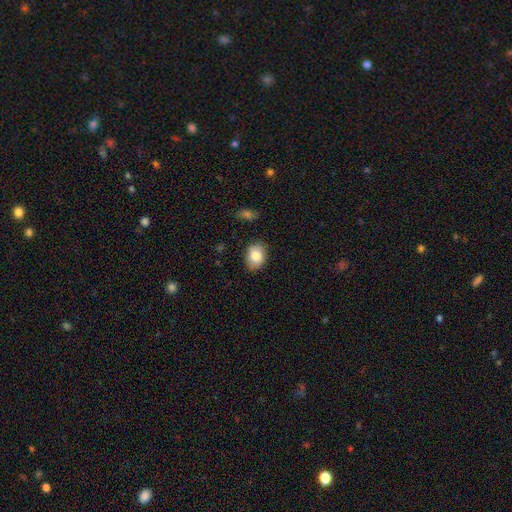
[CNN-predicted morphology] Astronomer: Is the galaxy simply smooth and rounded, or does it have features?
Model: smooth — 83%.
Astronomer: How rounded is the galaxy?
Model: in between — 65%.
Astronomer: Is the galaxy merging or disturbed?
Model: none — 82%.